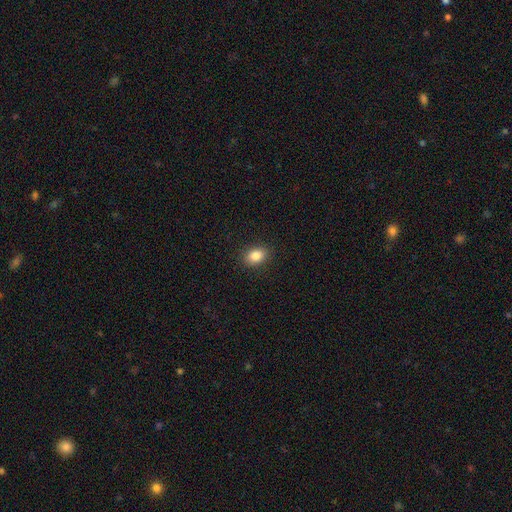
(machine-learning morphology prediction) type=smooth (85%); roundness=in between (77%); merging=none (89%).